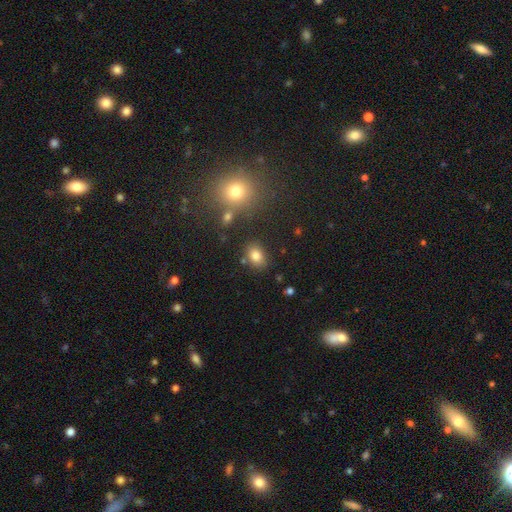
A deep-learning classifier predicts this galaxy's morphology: Smooth or featured?
  - smooth: 81% *
  - star or artifact: 11%
  - featured or disk: 8%
How rounded?
  - in between: 73% *
  - round: 26%
  - cigar-shaped: 1%
Merging?
  - none: 80% *
  - minor disturbance: 12%
  - merger: 5%
  - major disturbance: 3%